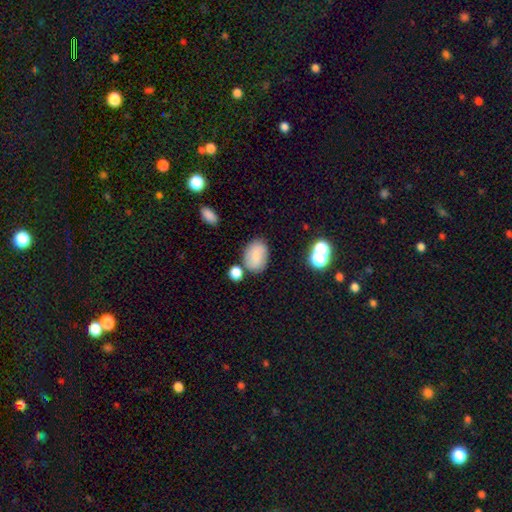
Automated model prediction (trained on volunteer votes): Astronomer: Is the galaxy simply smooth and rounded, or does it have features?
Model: smooth — 70%.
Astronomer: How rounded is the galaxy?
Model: in between — 76%.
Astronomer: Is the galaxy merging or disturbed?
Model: none — 71%.